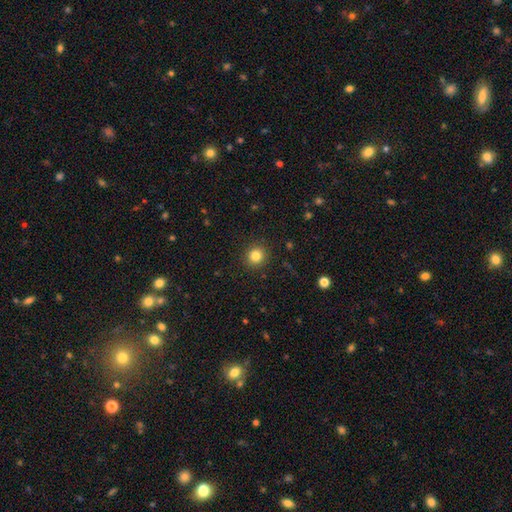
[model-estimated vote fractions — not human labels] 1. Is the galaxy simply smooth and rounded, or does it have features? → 83% smooth, 12% star or artifact, 6% featured or disk.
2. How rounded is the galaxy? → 92% round, 7% in between, 1% cigar-shaped.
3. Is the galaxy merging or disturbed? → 91% none, 6% minor disturbance, 2% major disturbance, 1% merger.